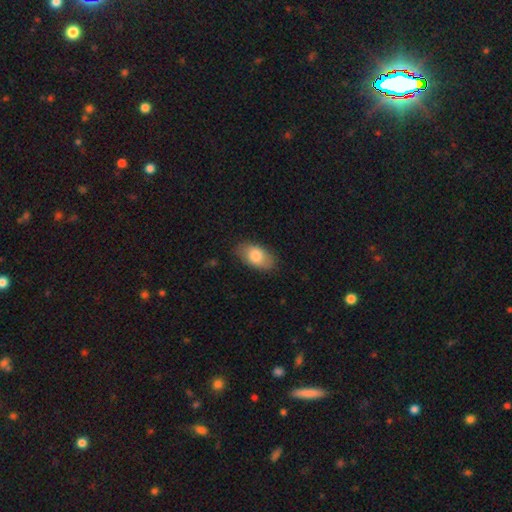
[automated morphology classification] Smooth or featured? Predicted: smooth (p=0.81). How rounded? Predicted: in between (p=0.93). Merging? Predicted: none (p=0.82).